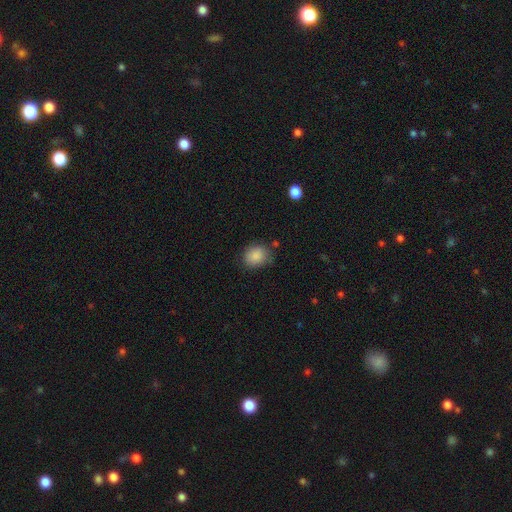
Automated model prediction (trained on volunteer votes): Smooth or featured?
  - smooth: 87% *
  - star or artifact: 9%
  - featured or disk: 5%
How rounded?
  - round: 60% *
  - in between: 39%
  - cigar-shaped: 1%
Merging?
  - none: 74% *
  - minor disturbance: 19%
  - major disturbance: 4%
  - merger: 3%